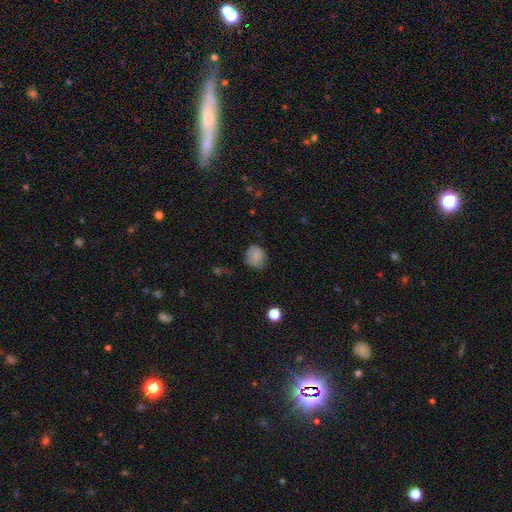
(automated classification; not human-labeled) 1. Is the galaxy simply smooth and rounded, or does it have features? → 82% smooth, 10% star or artifact, 8% featured or disk.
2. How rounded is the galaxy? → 71% round, 28% in between, 1% cigar-shaped.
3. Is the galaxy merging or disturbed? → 70% none, 23% minor disturbance, 6% major disturbance, 1% merger.